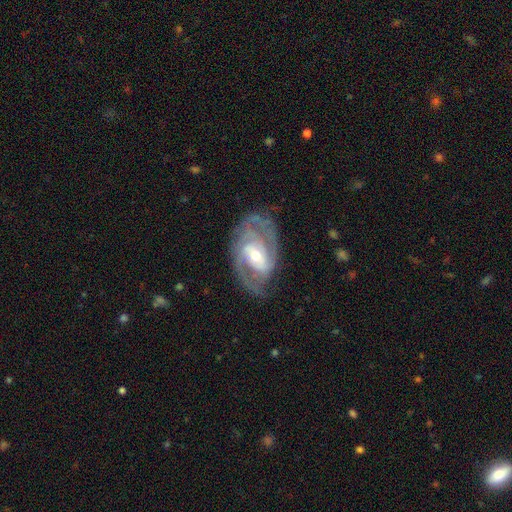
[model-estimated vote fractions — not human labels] featured or disk 88%, smooth 8%, star or artifact 5%. Down the decision tree: edge-on disk — no (96%); bar — weak (44%); spiral arms — yes (95%); spiral arm count — 2 (51%); spiral winding — tight (48%); bulge size — moderate (55%); merging — none (70%).